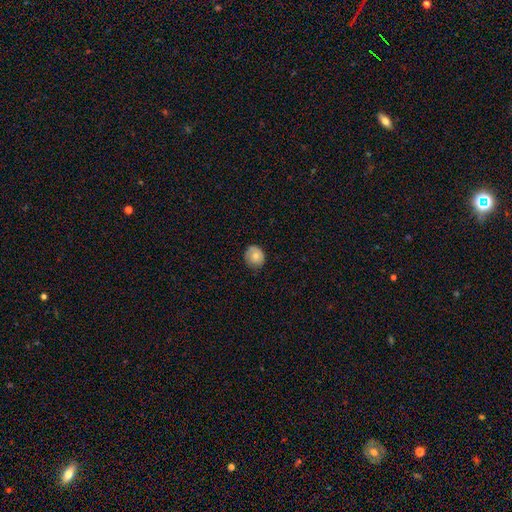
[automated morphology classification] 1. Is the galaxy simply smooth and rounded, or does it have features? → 67% smooth, 26% featured or disk, 8% star or artifact.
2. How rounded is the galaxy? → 77% round, 23% in between, 1% cigar-shaped.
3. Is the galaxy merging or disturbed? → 73% none, 22% minor disturbance, 4% major disturbance, 1% merger.